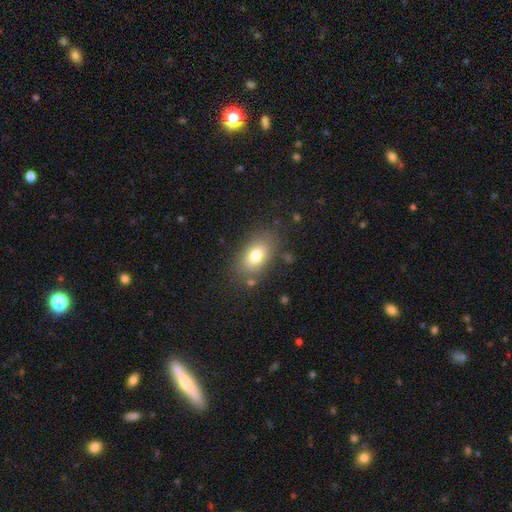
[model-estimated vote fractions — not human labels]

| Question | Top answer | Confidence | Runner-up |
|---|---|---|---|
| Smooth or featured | smooth | 77% | featured or disk (14%) |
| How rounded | in between | 88% | round (10%) |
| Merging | none | 79% | minor disturbance (13%) |